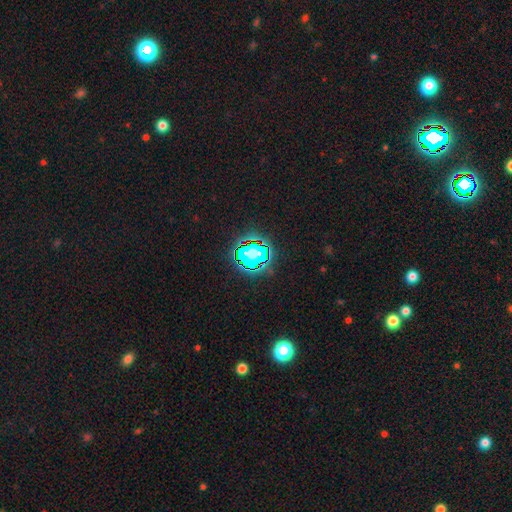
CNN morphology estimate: smooth-or-featured: star or artifact: 54% | smooth: 30% | featured or disk: 16%